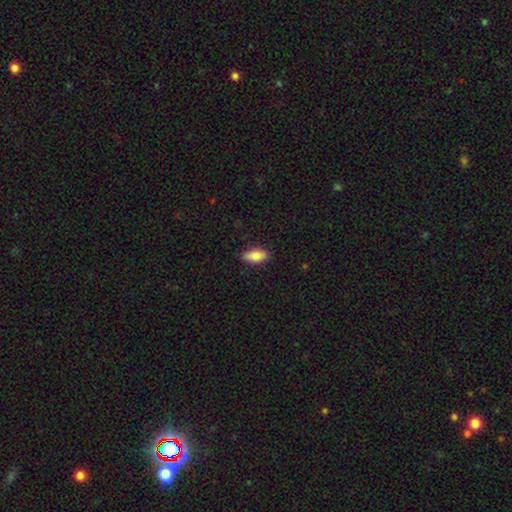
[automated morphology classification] smooth 83%, featured or disk 11%, star or artifact 7%. Down the decision tree: how rounded — in between (83%); merging — none (86%).